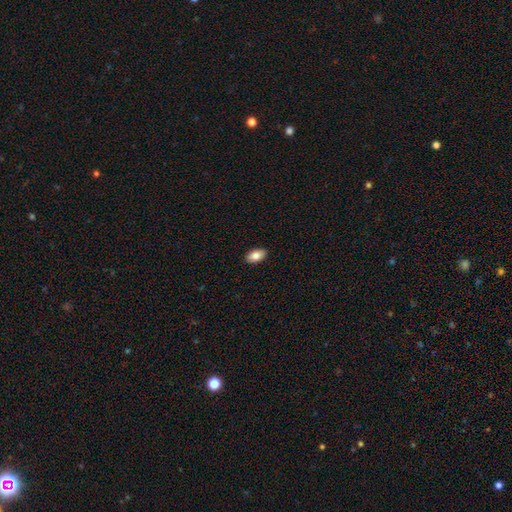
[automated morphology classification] Smooth or featured? Predicted: smooth (p=0.85). How rounded? Predicted: in between (p=0.93). Merging? Predicted: none (p=0.90).